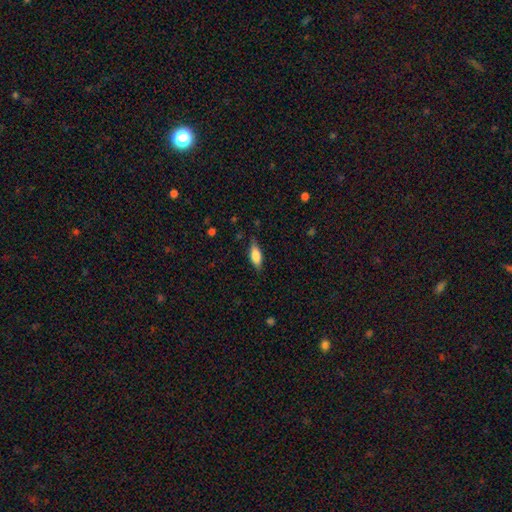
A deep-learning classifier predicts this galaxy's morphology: Smooth or featured?
  - smooth: 74% *
  - featured or disk: 19%
  - star or artifact: 6%
How rounded?
  - in between: 72% *
  - cigar-shaped: 25%
  - round: 2%
Merging?
  - none: 80% *
  - minor disturbance: 16%
  - major disturbance: 3%
  - merger: 1%